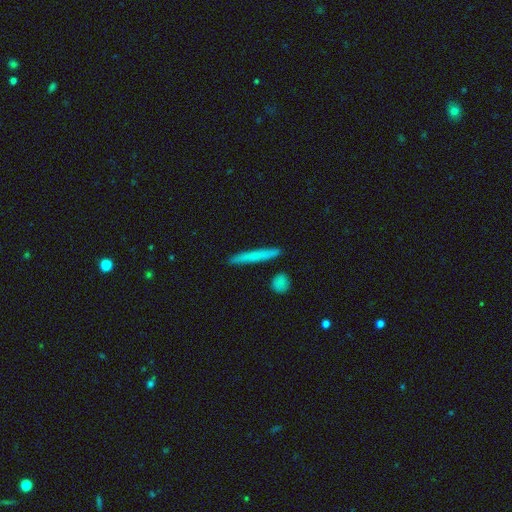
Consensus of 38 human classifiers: Morphology: type=smooth (76%); roundness=cigar-shaped (97%); merging=none (86%).